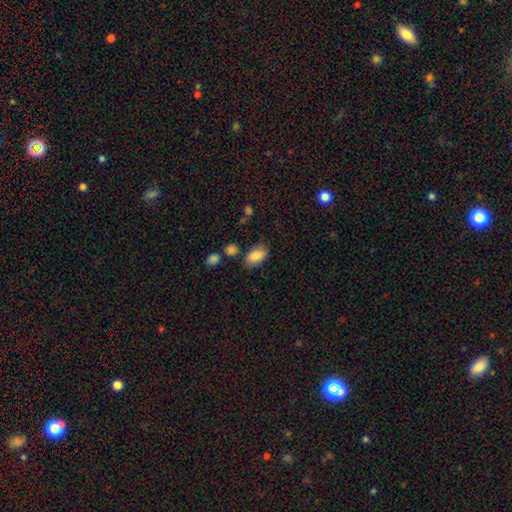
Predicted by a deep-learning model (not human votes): smooth-or-featured: smooth: 84% | featured or disk: 9% | star or artifact: 7%
  how-rounded: in between: 92% | round: 6% | cigar-shaped: 2%
  merging: none: 76% | minor disturbance: 15% | merger: 5% | major disturbance: 4%